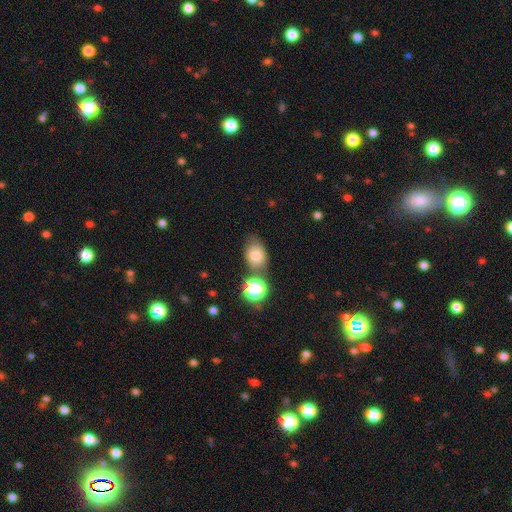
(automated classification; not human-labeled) Smooth or featured? Predicted: smooth (p=0.75). How rounded? Predicted: in between (p=0.67). Merging? Predicted: none (p=0.63).